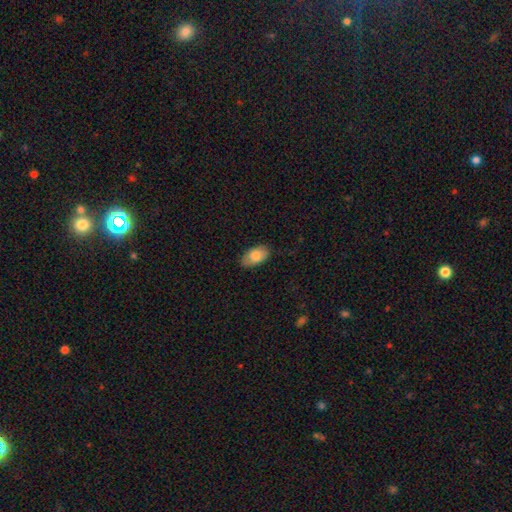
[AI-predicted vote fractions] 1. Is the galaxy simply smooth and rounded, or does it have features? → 82% smooth, 12% featured or disk, 7% star or artifact.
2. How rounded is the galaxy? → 94% in between, 4% round, 2% cigar-shaped.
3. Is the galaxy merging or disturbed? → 81% none, 15% minor disturbance, 3% major disturbance, 1% merger.